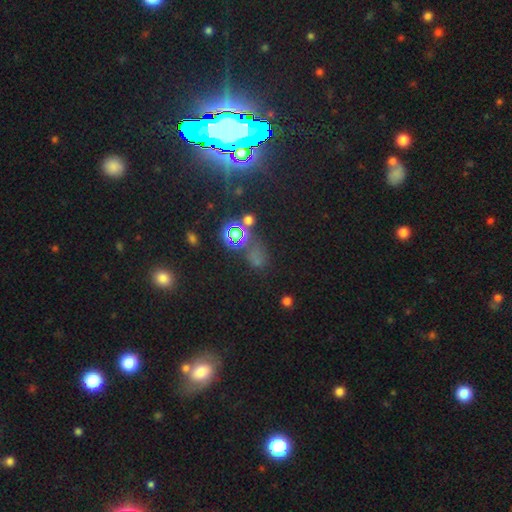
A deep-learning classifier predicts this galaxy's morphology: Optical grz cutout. It shows a star or artifact, not a galaxy (58%).